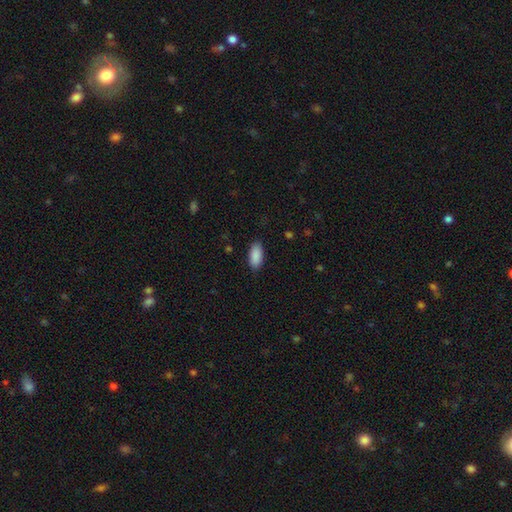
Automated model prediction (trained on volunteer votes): Smooth or featured? smooth (91%)
How rounded? in between (91%)
Merging? none (87%)